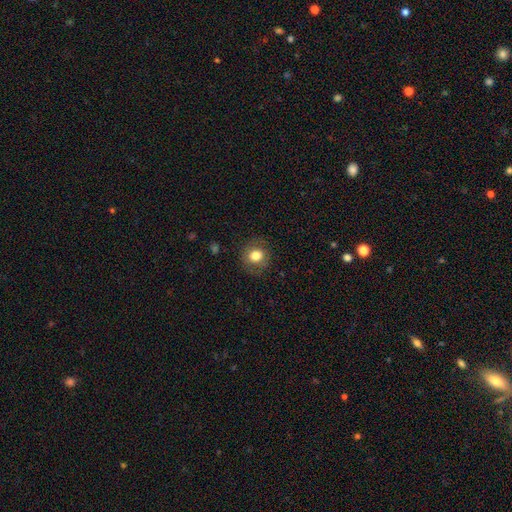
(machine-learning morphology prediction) Smooth or featured? Predicted: smooth (p=0.78). How rounded? Predicted: round (p=0.82). Merging? Predicted: none (p=0.84).